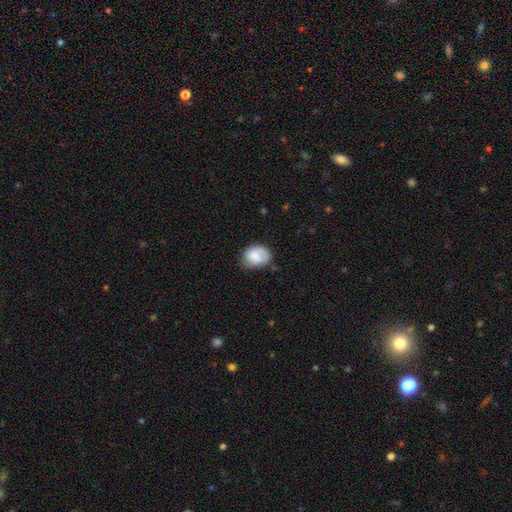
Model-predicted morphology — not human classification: smooth-or-featured: smooth: 76% | featured or disk: 17% | star or artifact: 7%
  how-rounded: in between: 57% | round: 42% | cigar-shaped: 1%
  merging: none: 57% | minor disturbance: 31% | major disturbance: 9% | merger: 2%